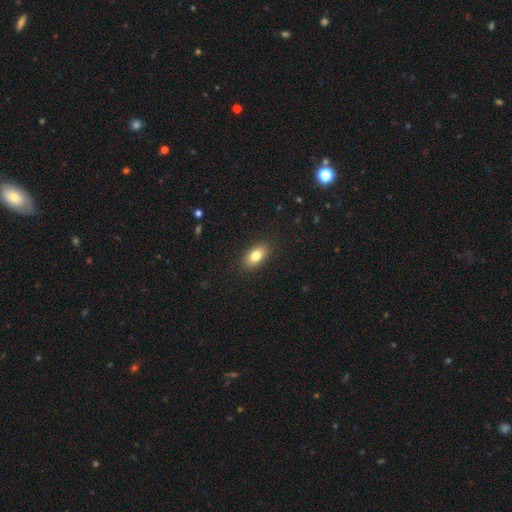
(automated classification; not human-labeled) smooth-or-featured: smooth: 80% | featured or disk: 12% | star or artifact: 8%
  how-rounded: in between: 89% | round: 8% | cigar-shaped: 4%
  merging: none: 88% | minor disturbance: 8% | major disturbance: 2% | merger: 1%